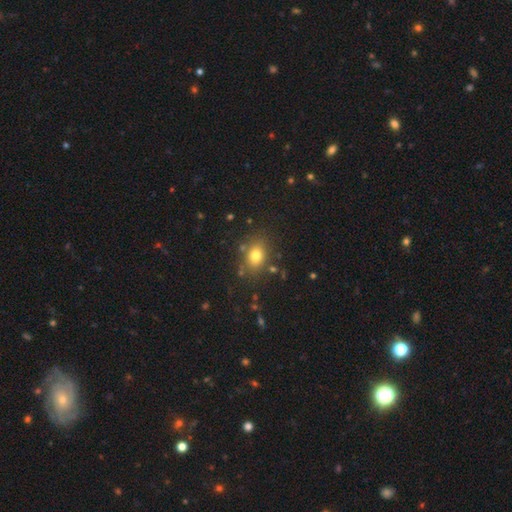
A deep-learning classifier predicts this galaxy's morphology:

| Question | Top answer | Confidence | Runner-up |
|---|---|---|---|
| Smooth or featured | smooth | 77% | star or artifact (13%) |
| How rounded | in between | 60% | round (39%) |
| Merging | none | 80% | minor disturbance (11%) |